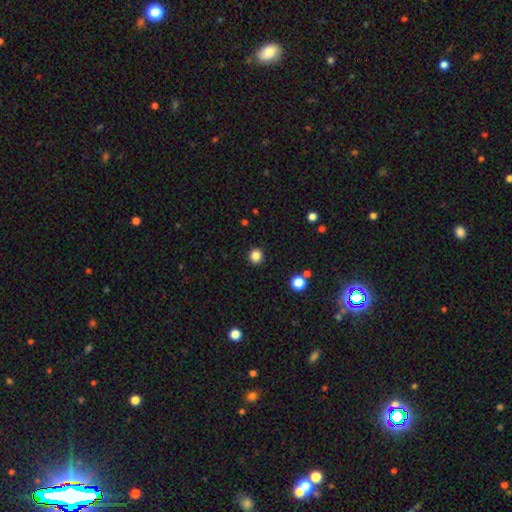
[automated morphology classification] Smooth or featured? Predicted: smooth (p=0.84). How rounded? Predicted: round (p=0.89). Merging? Predicted: none (p=0.92).